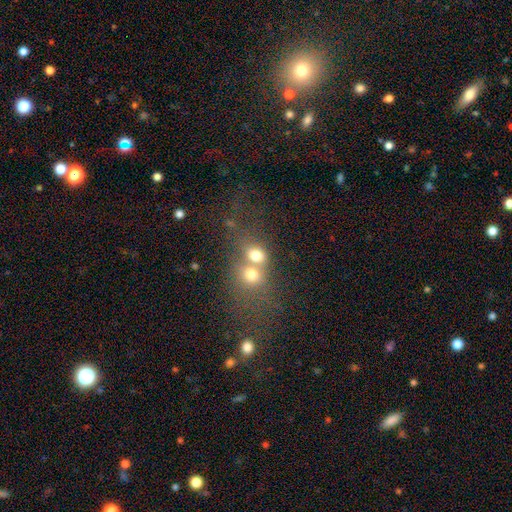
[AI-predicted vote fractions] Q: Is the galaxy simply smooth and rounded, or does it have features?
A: smooth — 69%.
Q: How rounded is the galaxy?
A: round — 63%.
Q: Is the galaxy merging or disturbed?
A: merger — 66%.